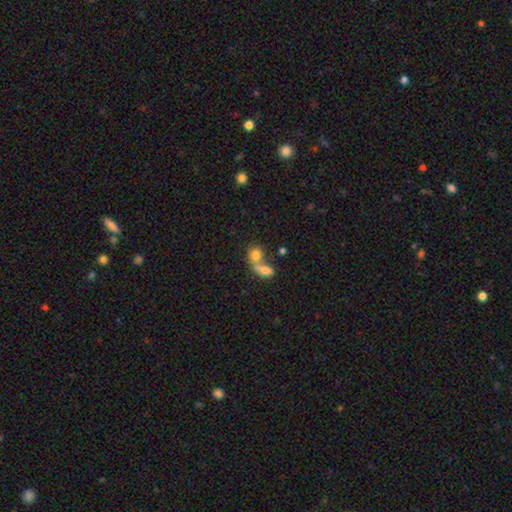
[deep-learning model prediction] Smooth or featured: smooth — 77% (featured or disk — 13%)
How rounded: round — 50% (in between — 47%)
Merging: merger — 65% (none — 25%)